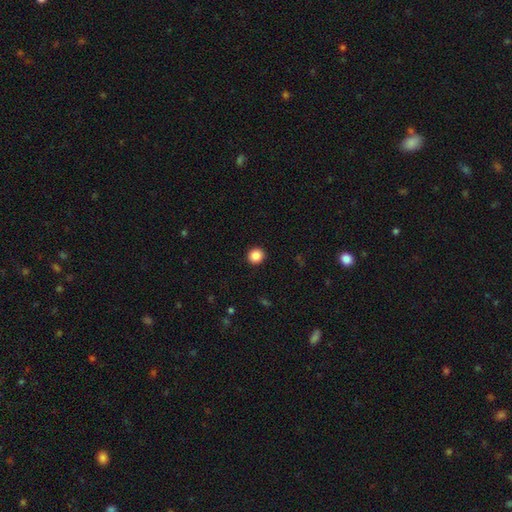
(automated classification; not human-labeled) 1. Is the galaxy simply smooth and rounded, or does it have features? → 88% smooth, 9% star or artifact, 3% featured or disk.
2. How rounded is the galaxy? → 90% round, 9% in between, 1% cigar-shaped.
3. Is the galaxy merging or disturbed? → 93% none, 5% minor disturbance, 2% major disturbance, 1% merger.